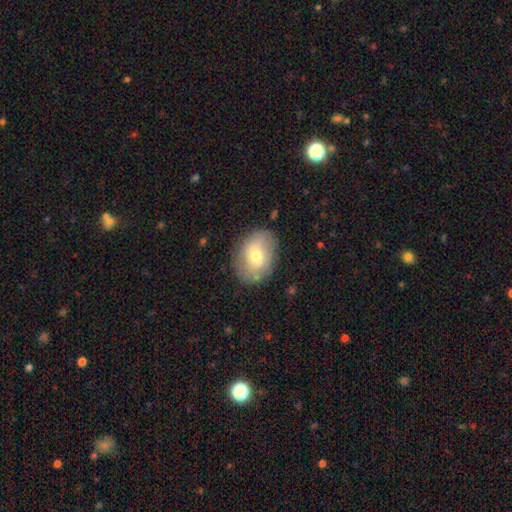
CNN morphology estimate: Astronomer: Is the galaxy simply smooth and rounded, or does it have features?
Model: smooth — 54% (runner-up: featured or disk, 38%).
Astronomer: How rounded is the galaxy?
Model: in between — 66%.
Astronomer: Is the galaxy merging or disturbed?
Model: none — 79%.